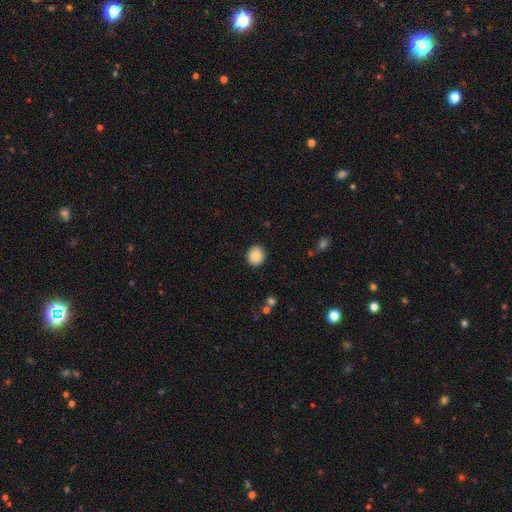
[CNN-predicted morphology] Smooth or featured? Predicted: smooth (p=0.85). How rounded? Predicted: round (p=0.87). Merging? Predicted: none (p=0.91).